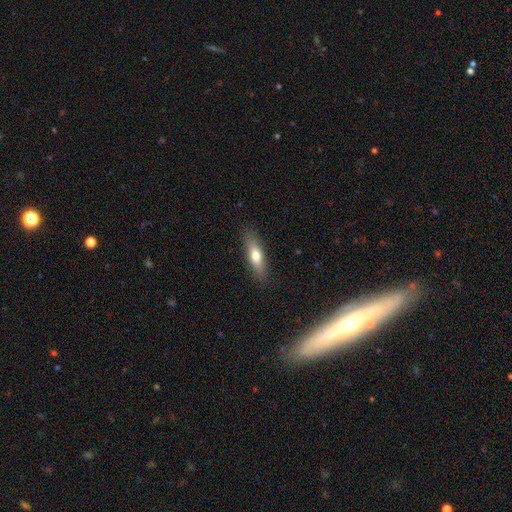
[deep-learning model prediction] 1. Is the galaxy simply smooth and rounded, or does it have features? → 69% smooth, 24% featured or disk, 6% star or artifact.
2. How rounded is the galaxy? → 58% cigar-shaped, 40% in between, 2% round.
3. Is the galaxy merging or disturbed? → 87% none, 10% minor disturbance, 2% major disturbance, 1% merger.